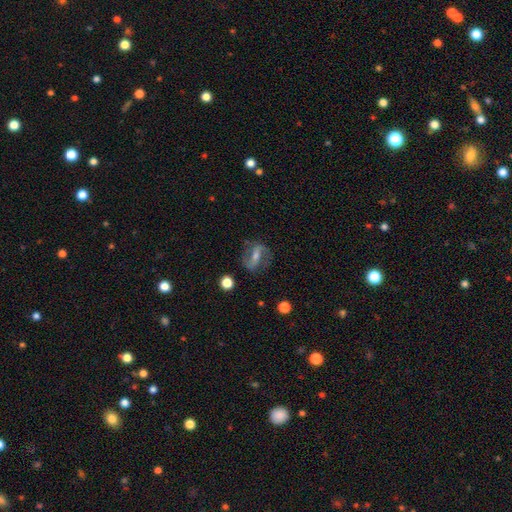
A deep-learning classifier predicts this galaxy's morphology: Smooth or featured? Predicted: featured or disk (p=0.72). Edge-on disk? Predicted: no (p=0.93). Bar? Predicted: strong (p=0.49). Spiral arms? Predicted: yes (p=0.88). Spiral winding? Predicted: loose (p=0.43). Spiral arm count? Predicted: 2 (p=0.88). Bulge size? Predicted: moderate (p=0.42). Merging? Predicted: none (p=0.73).